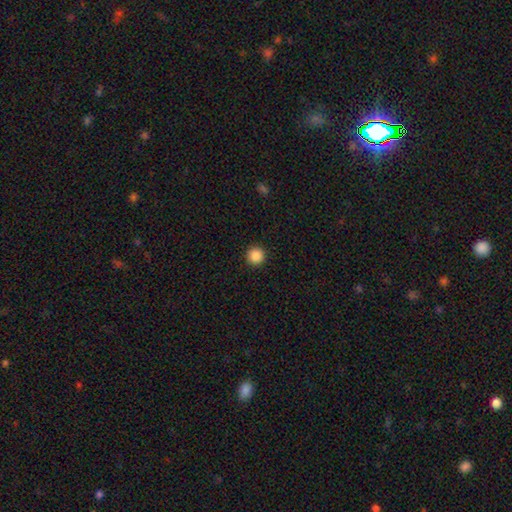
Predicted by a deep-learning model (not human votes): Q: Smooth or featured?
A: smooth (88%); runner-up: star or artifact (10%)
Q: How rounded?
A: round (96%); runner-up: in between (3%)
Q: Merging?
A: none (93%); runner-up: minor disturbance (4%)